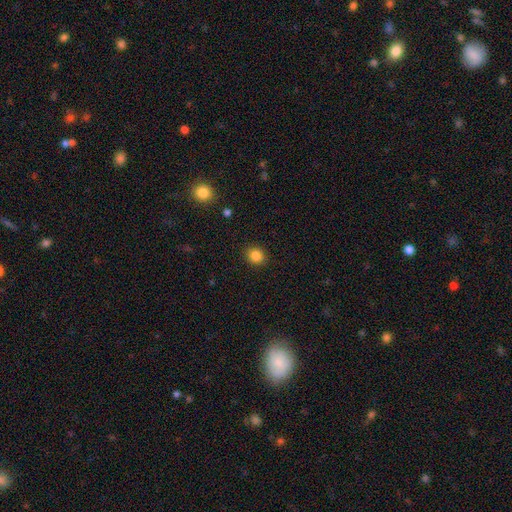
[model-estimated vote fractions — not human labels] This is clearly a smooth galaxy (84%). How rounded: likely round (79%). Merging: clearly none (90%).